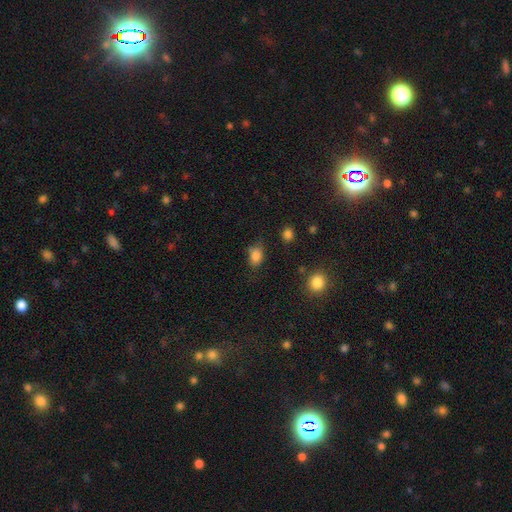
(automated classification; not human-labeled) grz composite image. It shows a smooth galaxy with no disk features (82%) that is in between round and cigar-shaped (71%). Merging: none (63%).